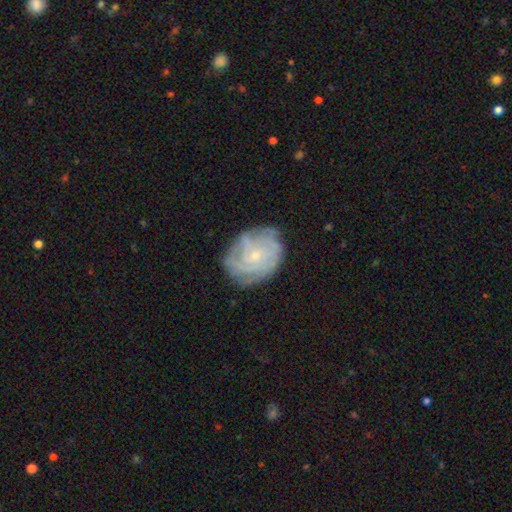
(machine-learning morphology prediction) A featured or disk galaxy (72%) with no bar (75%), tight (67%) spiral arms (88%) and a small central bulge (77%). Merging: none (73%).